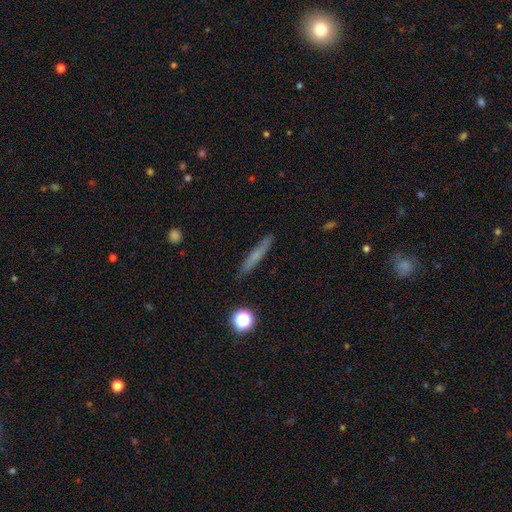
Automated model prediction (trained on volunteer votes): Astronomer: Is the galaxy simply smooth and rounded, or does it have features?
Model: smooth — 58%.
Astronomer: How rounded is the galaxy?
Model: cigar-shaped — 92%.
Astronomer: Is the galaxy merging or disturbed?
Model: none — 88%.